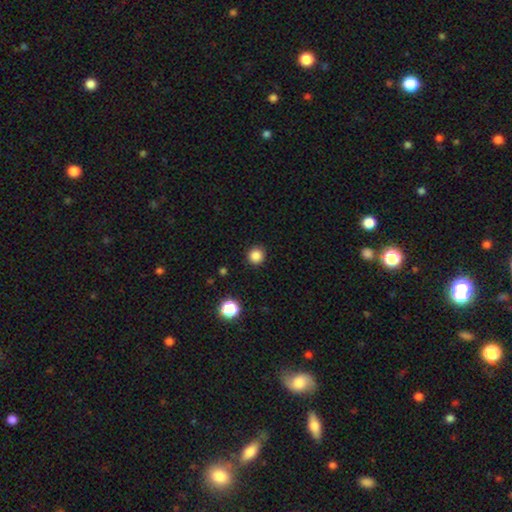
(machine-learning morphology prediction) A smooth galaxy with no disk features (85%) that is round (94%). Merging: none (91%).